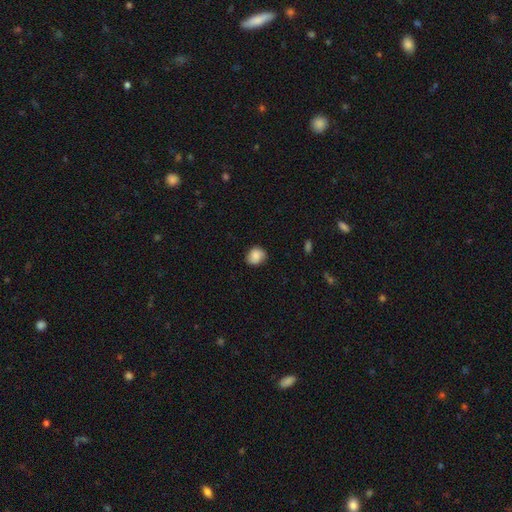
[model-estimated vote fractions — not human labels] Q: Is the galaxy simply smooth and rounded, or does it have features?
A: smooth — 81%.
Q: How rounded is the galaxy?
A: round — 72%.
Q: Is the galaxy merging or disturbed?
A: none — 77%.